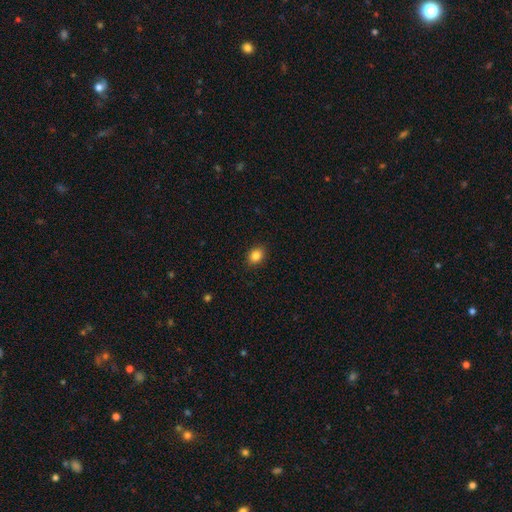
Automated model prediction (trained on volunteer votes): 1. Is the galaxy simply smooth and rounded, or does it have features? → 85% smooth, 10% star or artifact, 5% featured or disk.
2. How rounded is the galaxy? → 57% in between, 42% round, 1% cigar-shaped.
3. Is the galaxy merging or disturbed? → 89% none, 8% minor disturbance, 2% major disturbance, 1% merger.